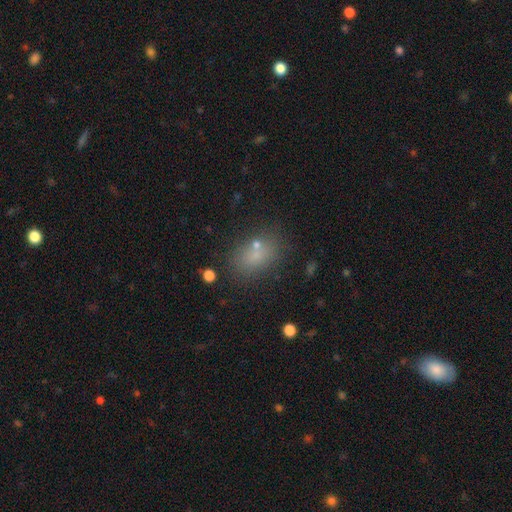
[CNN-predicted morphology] type=smooth (67%); roundness=in between (74%); merging=none (68%).